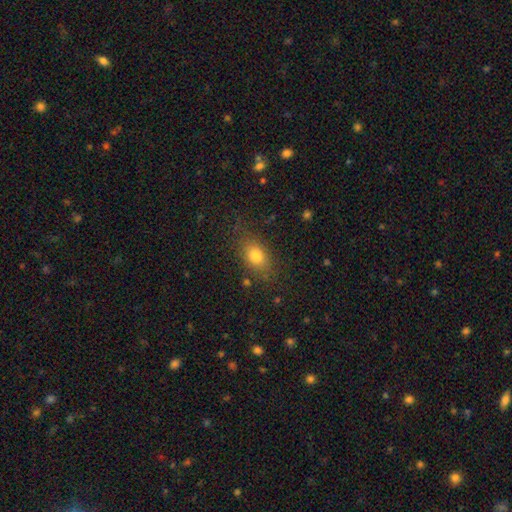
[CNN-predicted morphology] type=smooth (78%); roundness=in between (75%); merging=none (78%).